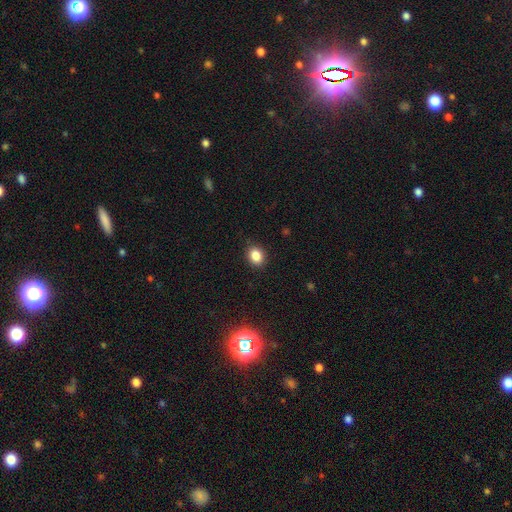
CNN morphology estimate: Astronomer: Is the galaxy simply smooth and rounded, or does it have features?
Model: smooth — 84%.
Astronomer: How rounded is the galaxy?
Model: round — 50% (runner-up: in between, 49%).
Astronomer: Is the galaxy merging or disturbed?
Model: none — 89%.